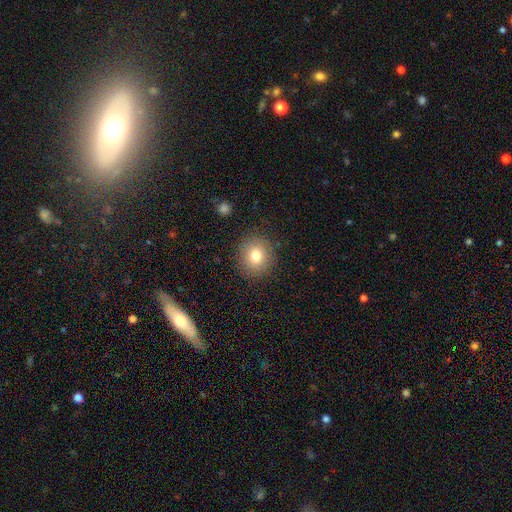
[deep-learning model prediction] Q: Smooth or featured?
A: smooth (78%); runner-up: star or artifact (11%)
Q: How rounded?
A: round (83%); runner-up: in between (16%)
Q: Merging?
A: none (88%); runner-up: minor disturbance (8%)